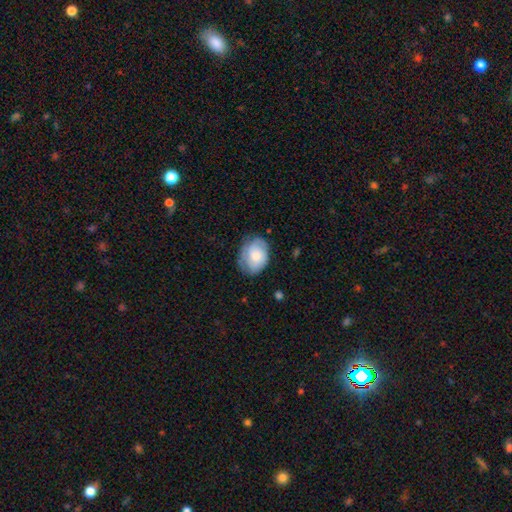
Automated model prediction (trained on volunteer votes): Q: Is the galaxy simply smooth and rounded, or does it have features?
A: smooth — 62%.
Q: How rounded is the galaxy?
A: in between — 66%.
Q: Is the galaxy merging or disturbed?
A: none — 67%.